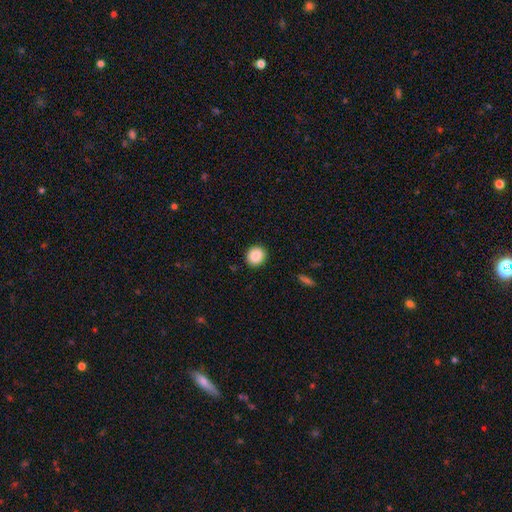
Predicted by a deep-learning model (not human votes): Overall: smooth (88%). How rounded: round (83%). Merging: none (91%).